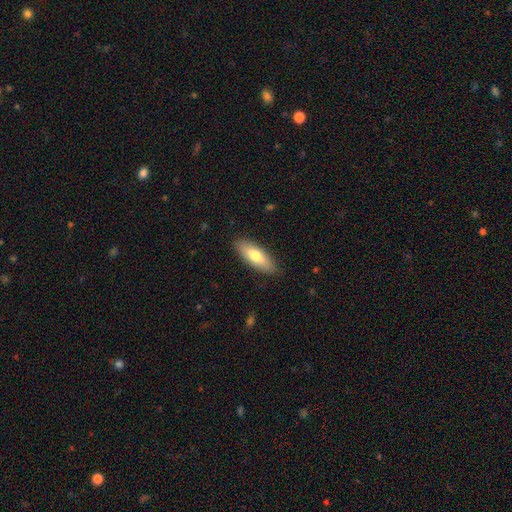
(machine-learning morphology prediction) A smooth galaxy with no disk features (72%) that is in between round and cigar-shaped (68%). Merging: none (87%).